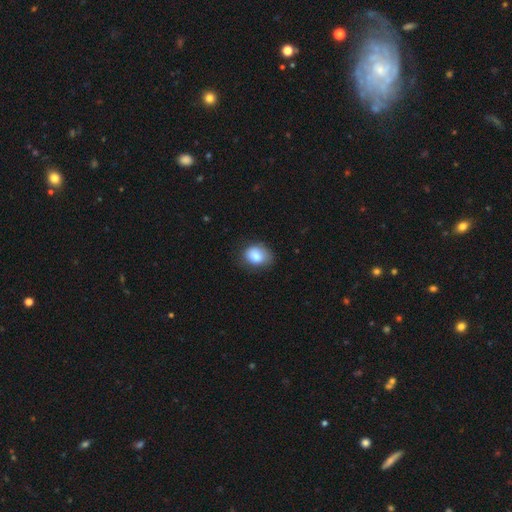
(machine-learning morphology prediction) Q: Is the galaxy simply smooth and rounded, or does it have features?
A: smooth — 84%.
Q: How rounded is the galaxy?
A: in between — 59%.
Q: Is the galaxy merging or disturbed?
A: none — 68%.